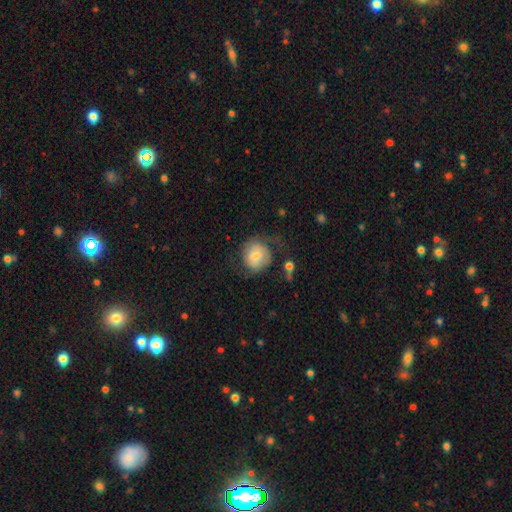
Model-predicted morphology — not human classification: smooth-or-featured: smooth: 63% | featured or disk: 30% | star or artifact: 7%
  how-rounded: round: 80% | in between: 19% | cigar-shaped: 1%
  merging: none: 47% | major disturbance: 25% | minor disturbance: 24% | merger: 4%